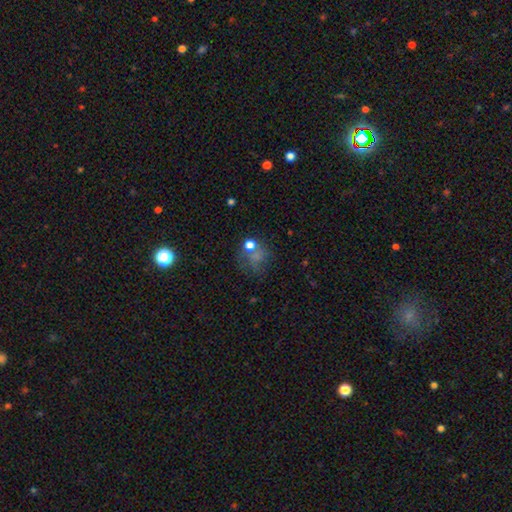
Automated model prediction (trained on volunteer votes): Overall: smooth (55%; star or artifact 24%). How rounded: round (71%). Merging: none (46%; major disturbance 23%).